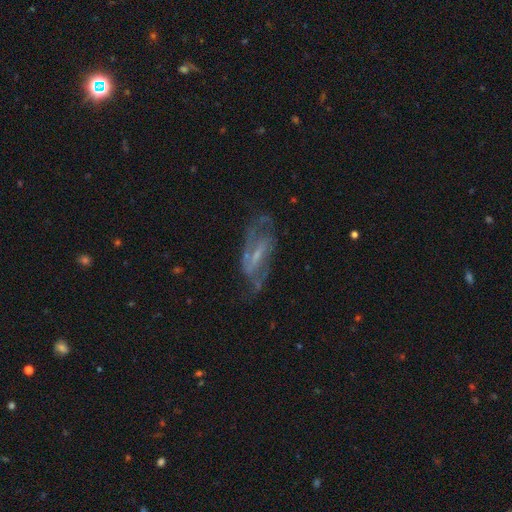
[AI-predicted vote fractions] smooth-or-featured: featured or disk: 82% | smooth: 11% | star or artifact: 7%
  disk-edge-on: no: 91% | yes: 9%
    bar: weak: 43% | strong: 38% | no: 19%
    has-spiral-arms: yes: 90% | no: 10%
      spiral-winding: medium: 51% | loose: 26% | tight: 24%
      spiral-arm-count: 2: 81% | can't tell: 11% | 3: 3% | 1: 3% | 4: 1% | more than 4: 1%
    bulge-size: small: 61% | moderate: 20% | none: 16% | large: 2% | dominant: 1%
  merging: none: 65% | minor disturbance: 19% | major disturbance: 14% | merger: 2%